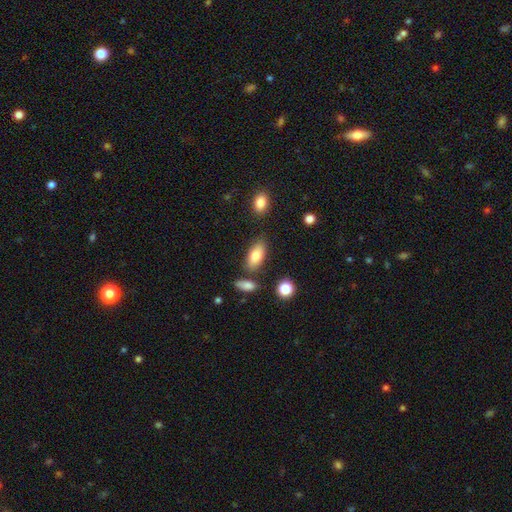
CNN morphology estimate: smooth_or_featured: smooth (p=0.80) [alt: featured or disk p=0.13]
how_rounded: in between (p=0.89) [alt: cigar-shaped p=0.07]
merging: none (p=0.75) [alt: minor disturbance p=0.14]